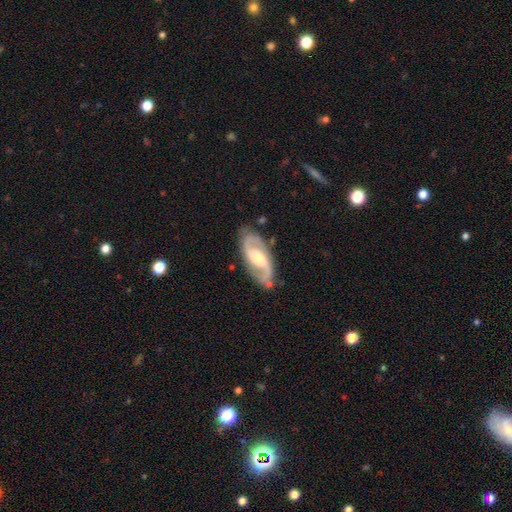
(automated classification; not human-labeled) smooth-or-featured: featured or disk: 87% | smooth: 9% | star or artifact: 4%
  disk-edge-on: no: 95% | yes: 5%
    bar: weak: 48% | no: 28% | strong: 24%
    has-spiral-arms: yes: 96% | no: 4%
      spiral-winding: medium: 53% | loose: 25% | tight: 22%
      spiral-arm-count: 2: 92% | can't tell: 4% | 1: 2% | 3: 1% | 4: 1% | more than 4: 1%
    bulge-size: moderate: 59% | small: 27% | large: 10% | none: 3% | dominant: 1%
  merging: none: 81% | minor disturbance: 13% | major disturbance: 4% | merger: 2%